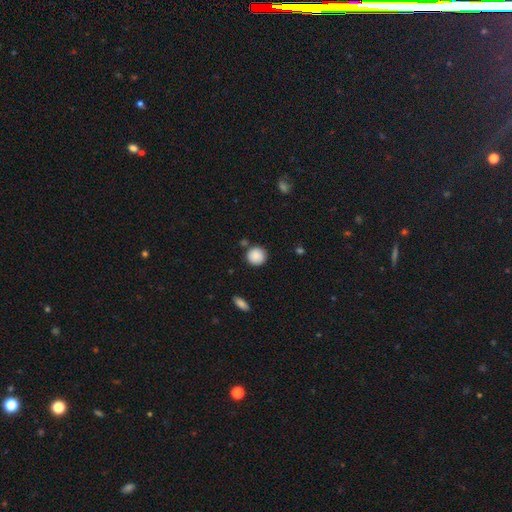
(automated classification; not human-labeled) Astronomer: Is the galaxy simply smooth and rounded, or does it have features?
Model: smooth — 88%.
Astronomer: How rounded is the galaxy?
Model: round — 92%.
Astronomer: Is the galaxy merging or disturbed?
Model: none — 84%.